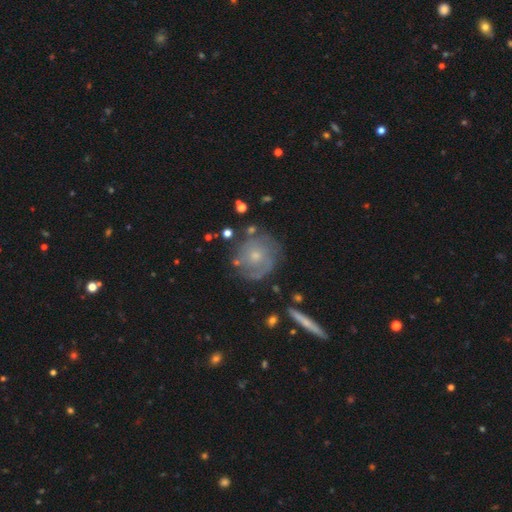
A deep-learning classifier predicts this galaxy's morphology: A featured or disk galaxy (64%) with no bar (81%), spiral arms (77%) and a small central bulge (56%).

Vote fractions:
- Smooth or featured? featured or disk: 64% / smooth: 27% / star or artifact: 9%
- Edge-on disk? no: 95% / yes: 5%
- Bar? no: 81% / weak: 16% / strong: 3%
- Spiral arms? yes: 77% / no: 23%
- Bulge size? small: 56% / moderate: 38% / none: 3% / large: 2% / dominant: 1%
- Merging? none: 71% / minor disturbance: 18% / major disturbance: 8% / merger: 3%